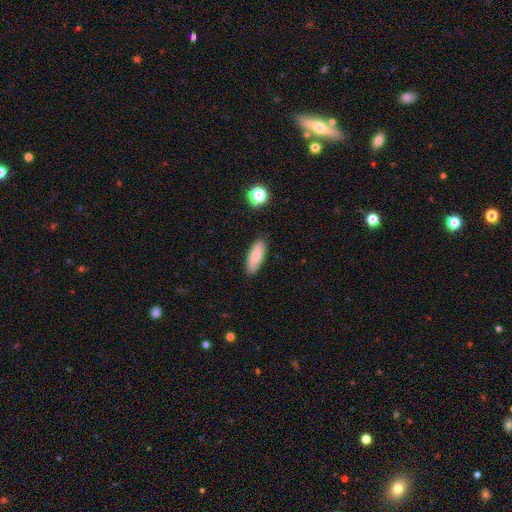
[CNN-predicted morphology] Smooth or featured? Predicted: smooth (p=0.82). How rounded? Predicted: in between (p=0.67). Merging? Predicted: none (p=0.88).